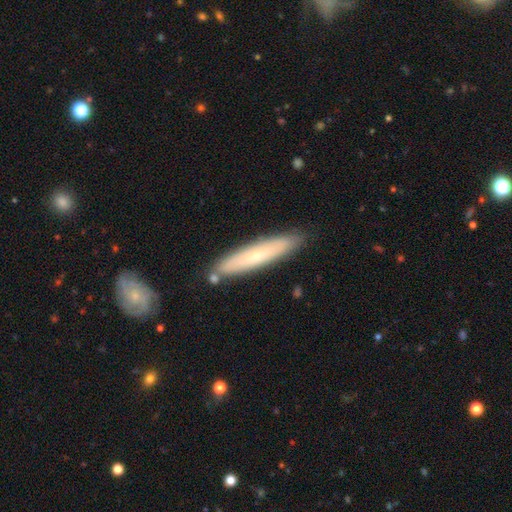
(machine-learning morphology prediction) The model was most divided on "smooth or featured": smooth: 60%, featured or disk: 34%, star or artifact: 6%. More confident: how rounded — cigar-shaped (90%); merging — none (83%).